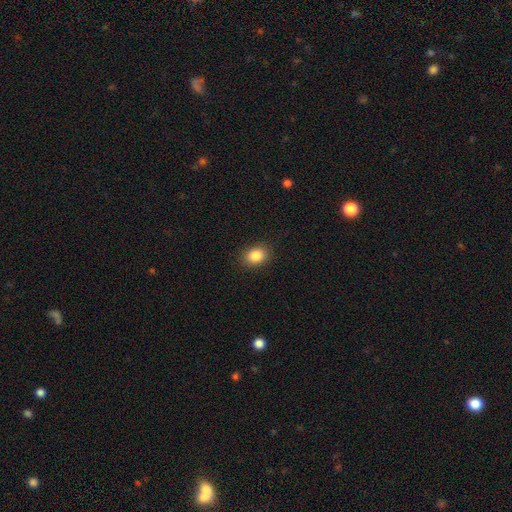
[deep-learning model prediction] Smooth or featured?
  - smooth: 86% *
  - star or artifact: 9%
  - featured or disk: 5%
How rounded?
  - in between: 62% *
  - round: 37%
  - cigar-shaped: 1%
Merging?
  - none: 88% *
  - minor disturbance: 8%
  - major disturbance: 2%
  - merger: 1%